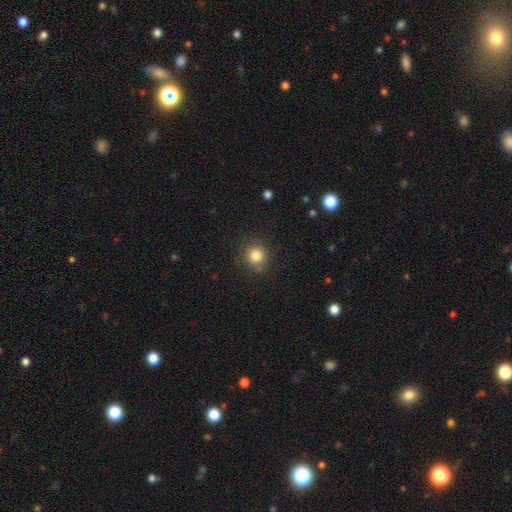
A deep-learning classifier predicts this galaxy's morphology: smooth-or-featured: smooth: 83% | star or artifact: 11% | featured or disk: 5%
  how-rounded: round: 91% | in between: 8% | cigar-shaped: 1%
  merging: none: 83% | minor disturbance: 11% | major disturbance: 3% | merger: 2%